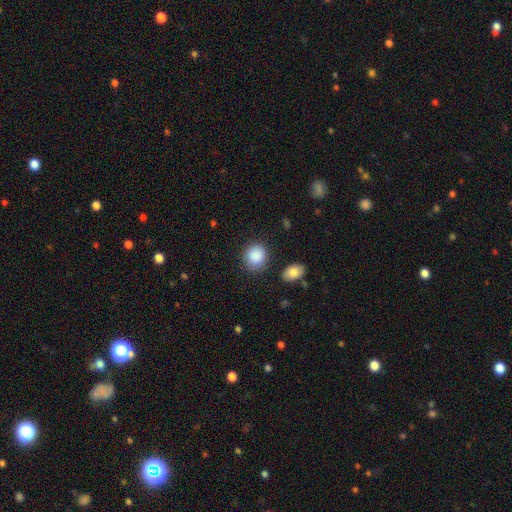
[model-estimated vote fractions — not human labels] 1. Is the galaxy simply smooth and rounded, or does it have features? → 89% smooth, 8% star or artifact, 4% featured or disk.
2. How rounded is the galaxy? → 75% round, 24% in between, 1% cigar-shaped.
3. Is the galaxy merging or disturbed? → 81% none, 12% minor disturbance, 4% major disturbance, 3% merger.